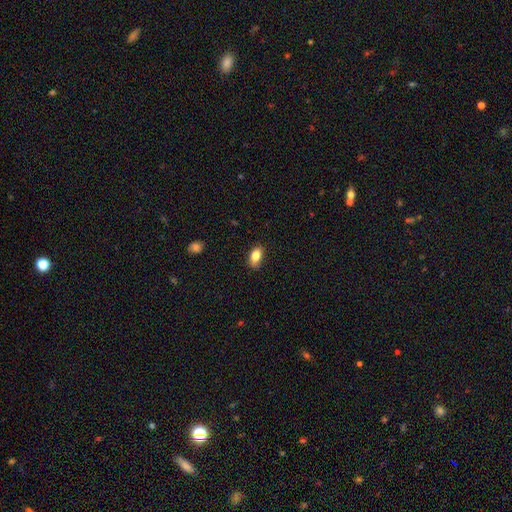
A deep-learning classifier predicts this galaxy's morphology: Smooth or featured? Predicted: smooth (p=0.83). How rounded? Predicted: in between (p=0.88). Merging? Predicted: none (p=0.81).